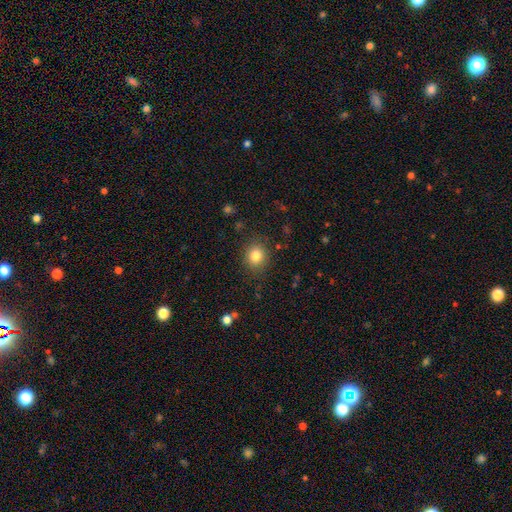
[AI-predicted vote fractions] Smooth or featured?
  - smooth: 82% *
  - star or artifact: 11%
  - featured or disk: 7%
How rounded?
  - round: 75% *
  - in between: 24%
  - cigar-shaped: 1%
Merging?
  - none: 85% *
  - minor disturbance: 10%
  - major disturbance: 4%
  - merger: 1%